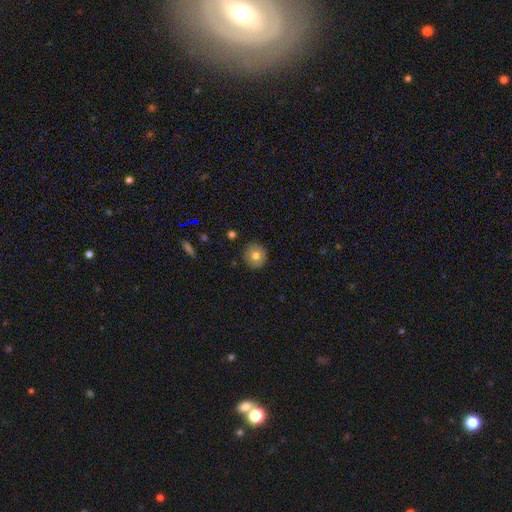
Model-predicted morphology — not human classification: type=smooth (73%); roundness=round (93%); merging=none (88%).